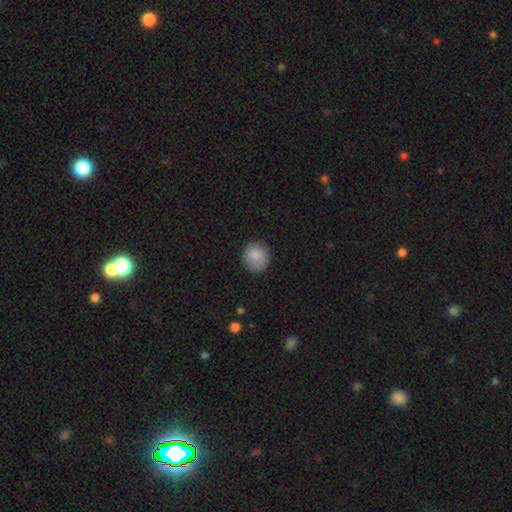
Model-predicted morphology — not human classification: type=smooth (86%); roundness=round (87%); merging=none (81%).